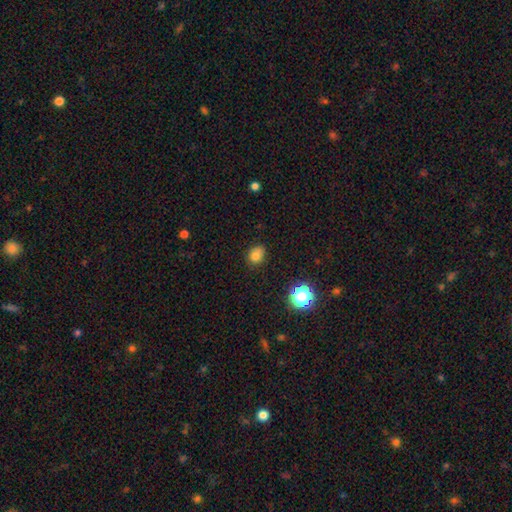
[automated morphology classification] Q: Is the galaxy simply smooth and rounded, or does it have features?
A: smooth — 78%.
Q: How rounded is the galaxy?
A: round — 54%.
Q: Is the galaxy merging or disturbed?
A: none — 73%.